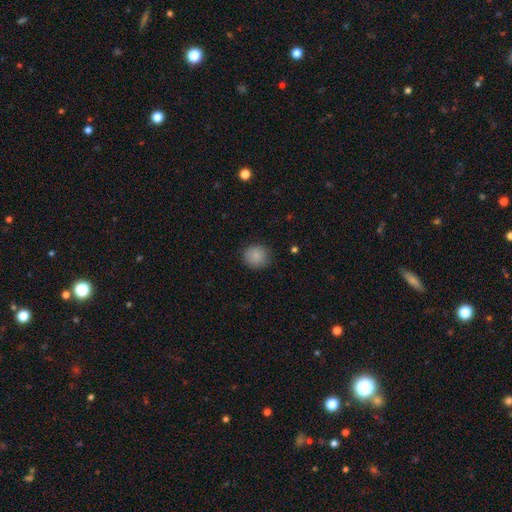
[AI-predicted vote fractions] Smooth or featured?
  - smooth: 88% *
  - star or artifact: 9%
  - featured or disk: 4%
How rounded?
  - round: 88% *
  - in between: 11%
  - cigar-shaped: 1%
Merging?
  - none: 86% *
  - minor disturbance: 10%
  - major disturbance: 3%
  - merger: 1%